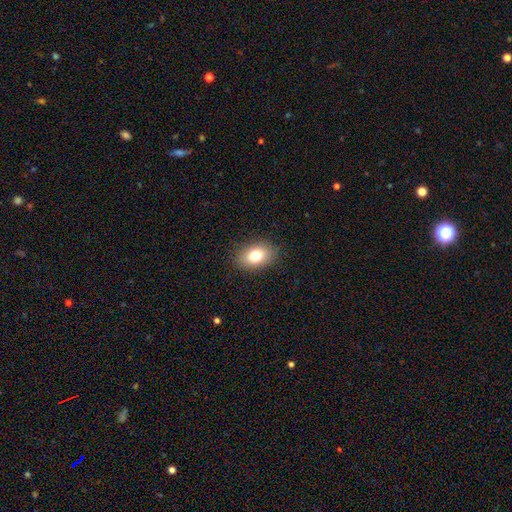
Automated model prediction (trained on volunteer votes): Overall: smooth (78%). How rounded: in between (84%). Merging: none (88%).